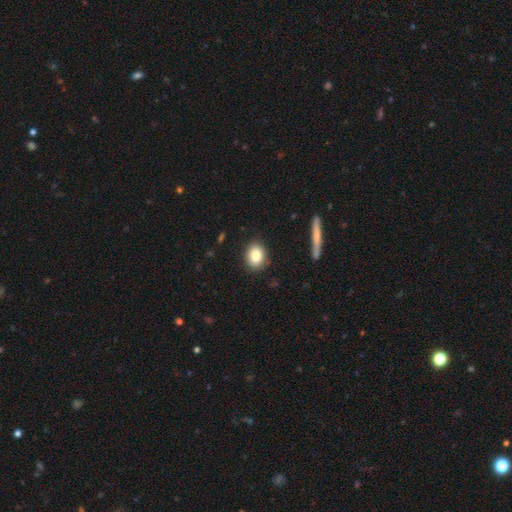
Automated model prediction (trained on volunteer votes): Q: Smooth or featured?
A: smooth (85%); runner-up: star or artifact (8%)
Q: How rounded?
A: in between (59%); runner-up: round (39%)
Q: Merging?
A: none (88%); runner-up: minor disturbance (8%)